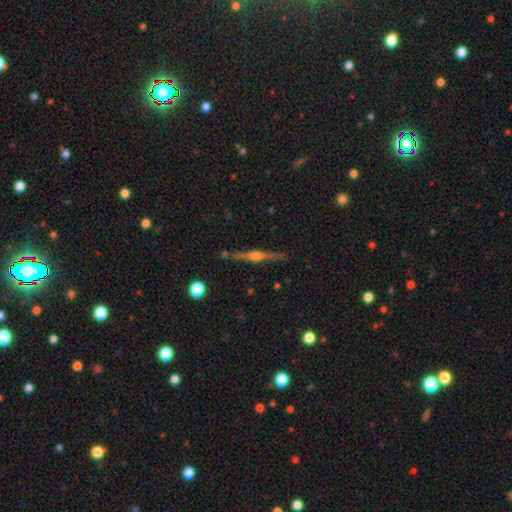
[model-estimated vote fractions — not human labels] smooth-or-featured: featured or disk: 77% | smooth: 15% | star or artifact: 7%
  disk-edge-on: yes: 98% | no: 2%
    edge-on-bulge: rounded: 89% | boxy: 7% | none: 3%
  merging: none: 84% | minor disturbance: 11% | merger: 3% | major disturbance: 2%